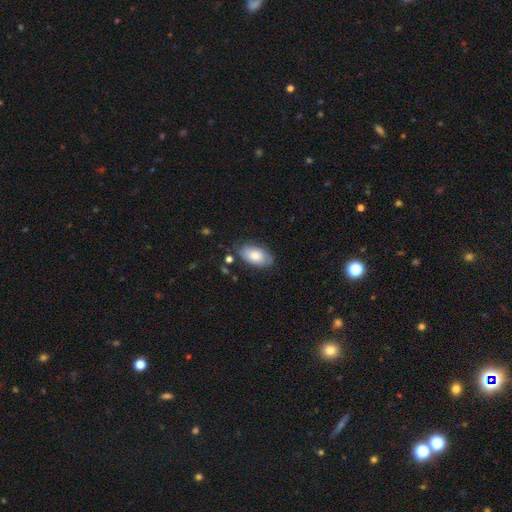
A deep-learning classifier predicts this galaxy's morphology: Smooth or featured?
  - smooth: 79% *
  - featured or disk: 14%
  - star or artifact: 6%
How rounded?
  - in between: 93% *
  - round: 5%
  - cigar-shaped: 2%
Merging?
  - none: 75% *
  - minor disturbance: 18%
  - major disturbance: 4%
  - merger: 3%